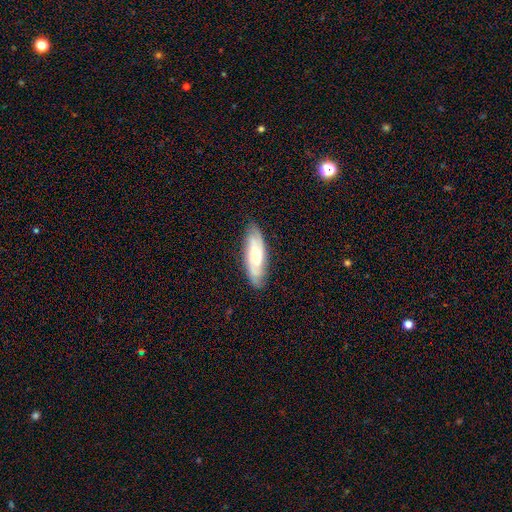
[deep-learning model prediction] Smooth or featured: featured or disk — 52% (smooth — 41%)
Edge-on disk: no — 75% (yes — 25%)
Merging: none — 81% (minor disturbance — 15%)